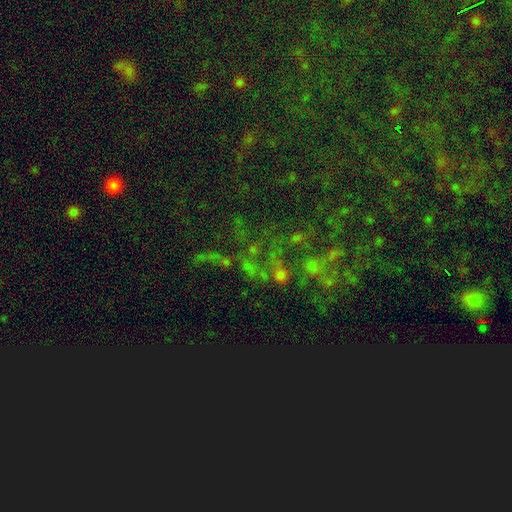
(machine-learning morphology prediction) A star or artifact, not a galaxy (81%).

Vote fractions:
- Smooth or featured? star or artifact: 81% / smooth: 10% / featured or disk: 9%